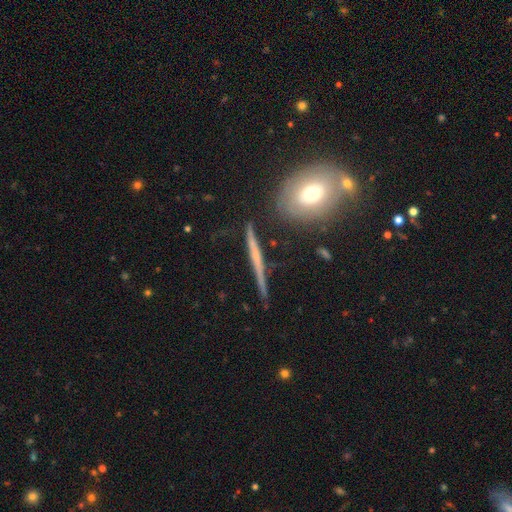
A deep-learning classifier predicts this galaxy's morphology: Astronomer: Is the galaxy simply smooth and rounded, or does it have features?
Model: featured or disk — 64%.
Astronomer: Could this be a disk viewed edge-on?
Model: yes — 96%.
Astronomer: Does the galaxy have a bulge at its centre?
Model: none — 74%.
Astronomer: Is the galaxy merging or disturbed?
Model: none — 87%.